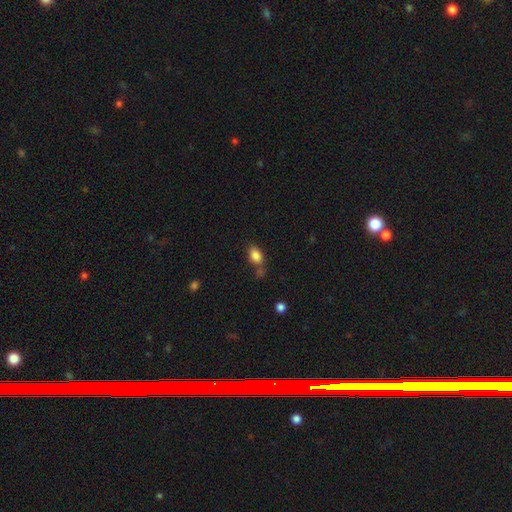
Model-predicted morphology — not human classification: smooth 84%, star or artifact 9%, featured or disk 7%. Down the decision tree: how rounded — in between (84%); merging — none (63%).